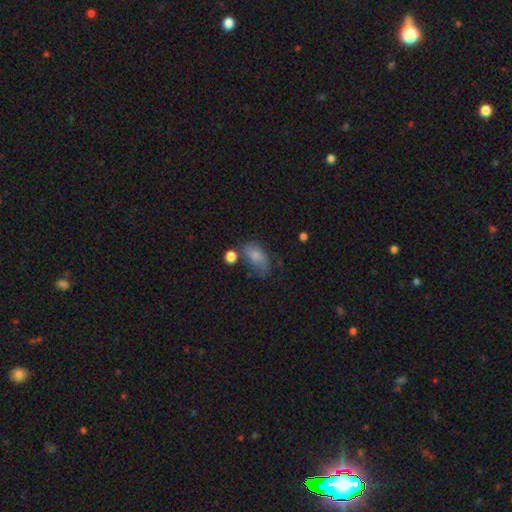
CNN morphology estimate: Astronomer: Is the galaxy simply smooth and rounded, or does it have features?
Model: smooth — 75%.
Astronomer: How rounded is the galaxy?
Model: in between — 88%.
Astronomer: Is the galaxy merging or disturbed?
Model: none — 38% (runner-up: minor disturbance, 30%).